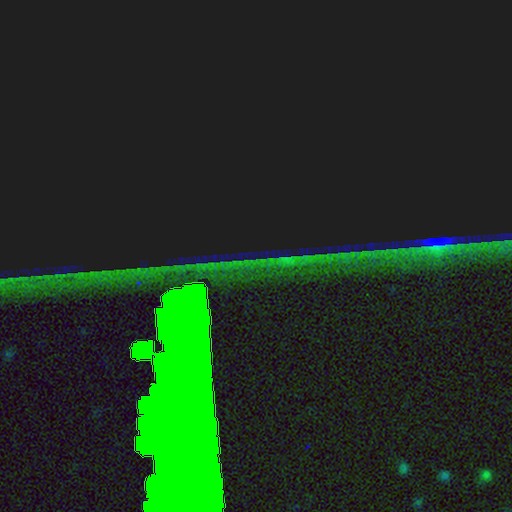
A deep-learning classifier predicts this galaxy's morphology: This appears to be a star or artifact, not a galaxy (74%).